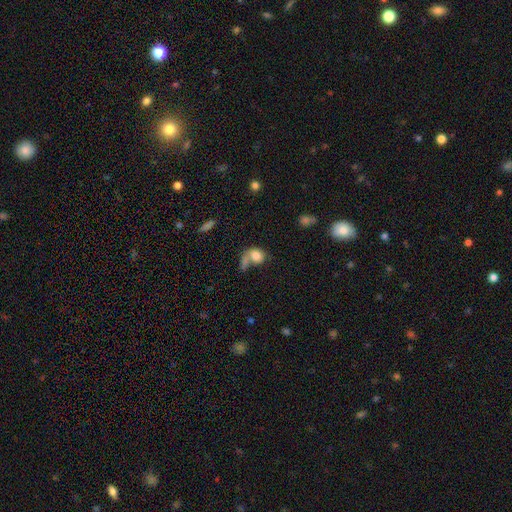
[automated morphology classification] smooth_or_featured: smooth (p=0.76) [alt: featured or disk p=0.15]
how_rounded: in between (p=0.62) [alt: round p=0.35]
merging: merger (p=0.40) [alt: none p=0.31]